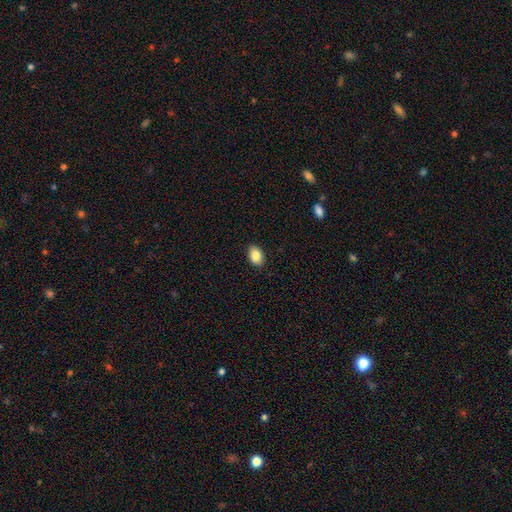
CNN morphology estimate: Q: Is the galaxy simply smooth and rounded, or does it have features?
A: smooth — 86%.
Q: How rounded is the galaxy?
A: in between — 86%.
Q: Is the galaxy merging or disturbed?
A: none — 89%.